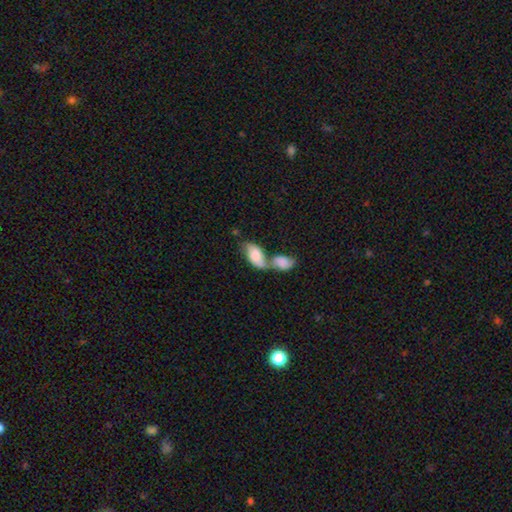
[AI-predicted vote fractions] A smooth galaxy with no disk features (68%) that is in between round and cigar-shaped (92%). Merging: merger (73%).